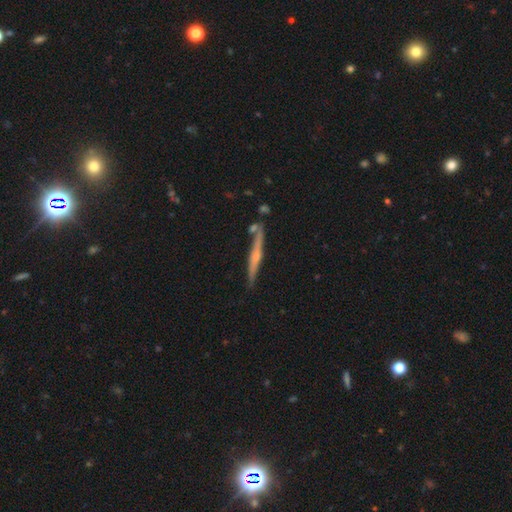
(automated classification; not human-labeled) The model was most divided on "edge-on bulge": rounded: 58%, none: 31%, boxy: 11%. More confident: edge-on disk — yes (96%); merging — none (75%); smooth or featured — featured or disk (66%).